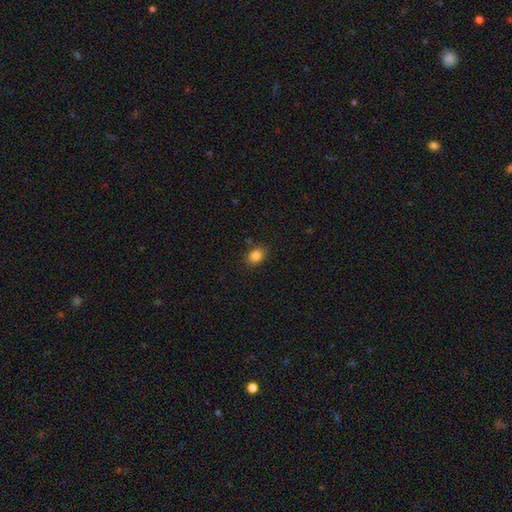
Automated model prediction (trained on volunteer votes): Overall: smooth (85%). How rounded: in between (58%; round 41%). Merging: none (86%).